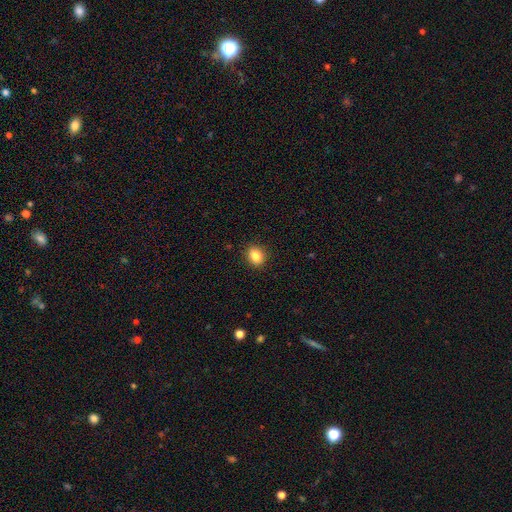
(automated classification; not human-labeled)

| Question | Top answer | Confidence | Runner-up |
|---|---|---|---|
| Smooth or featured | smooth | 86% | star or artifact (9%) |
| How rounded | in between | 61% | round (38%) |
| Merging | none | 89% | minor disturbance (8%) |